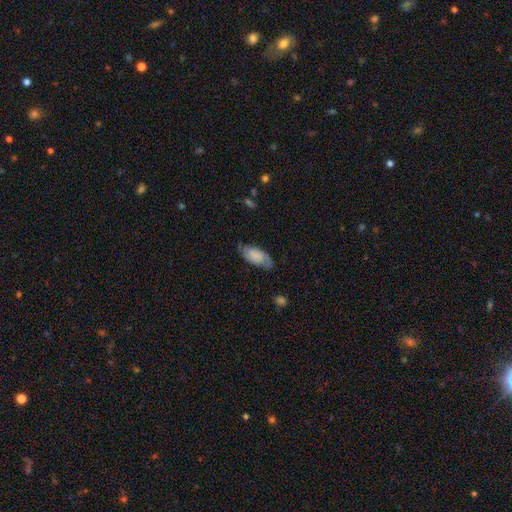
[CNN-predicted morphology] smooth_or_featured: featured or disk (p=0.55) [alt: smooth p=0.38]
disk_edge_on: no (p=0.94) [alt: yes p=0.06]
bar: no (p=0.60) [alt: weak p=0.31]
has_spiral_arms: yes (p=0.91) [alt: no p=0.09]
bulge_size: none (p=0.47) [alt: small p=0.24]
merging: none (p=0.74) [alt: minor disturbance p=0.19]